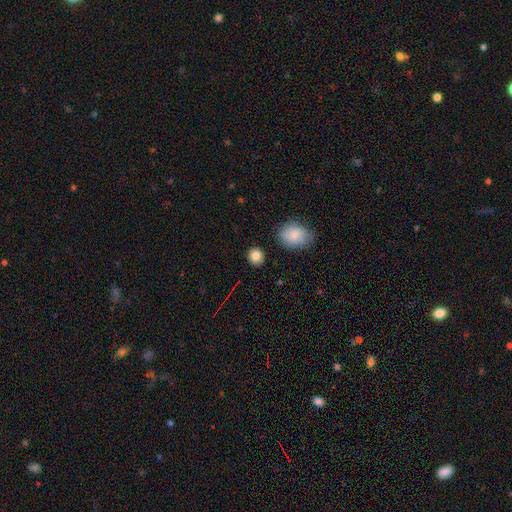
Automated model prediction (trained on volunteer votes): Smooth or featured? Predicted: smooth (p=0.85). How rounded? Predicted: round (p=0.82). Merging? Predicted: none (p=0.88).